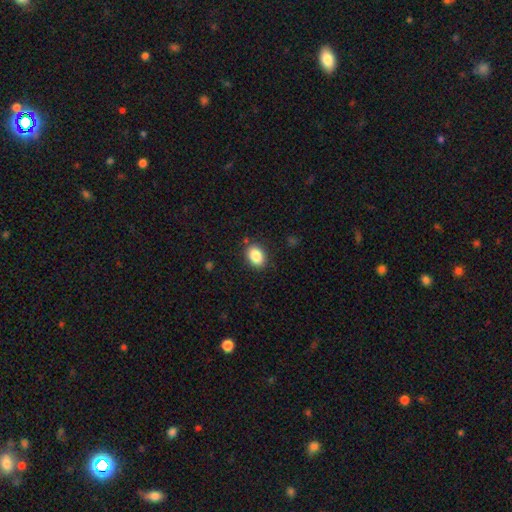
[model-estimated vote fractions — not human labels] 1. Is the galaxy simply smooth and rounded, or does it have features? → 86% smooth, 8% star or artifact, 5% featured or disk.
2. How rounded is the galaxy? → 79% in between, 20% round, 1% cigar-shaped.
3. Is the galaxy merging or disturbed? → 86% none, 10% minor disturbance, 3% major disturbance, 2% merger.